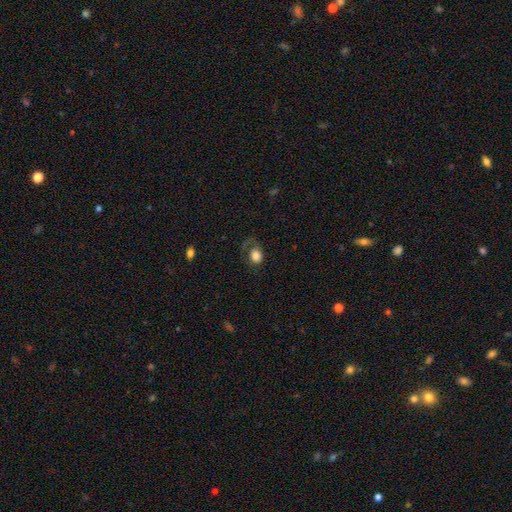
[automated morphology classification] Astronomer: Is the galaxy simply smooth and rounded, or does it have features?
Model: smooth — 72%.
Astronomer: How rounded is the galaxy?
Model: in between — 52% (runner-up: round, 47%).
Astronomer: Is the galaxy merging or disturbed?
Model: none — 44% (runner-up: major disturbance, 33%).